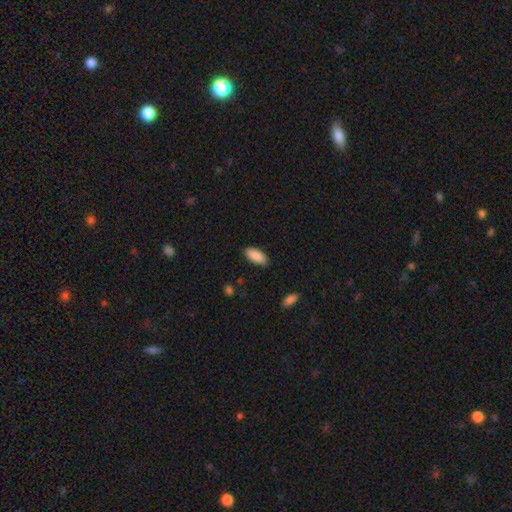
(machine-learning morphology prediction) Overall: smooth (89%). How rounded: in between (86%). Merging: none (84%).